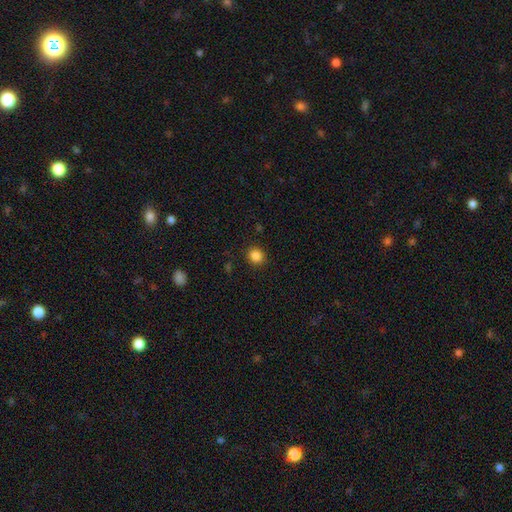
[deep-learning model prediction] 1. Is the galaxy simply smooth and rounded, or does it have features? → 85% smooth, 11% star or artifact, 4% featured or disk.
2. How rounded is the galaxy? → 84% round, 15% in between, 1% cigar-shaped.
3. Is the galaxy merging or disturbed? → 90% none, 7% minor disturbance, 2% major disturbance, 1% merger.